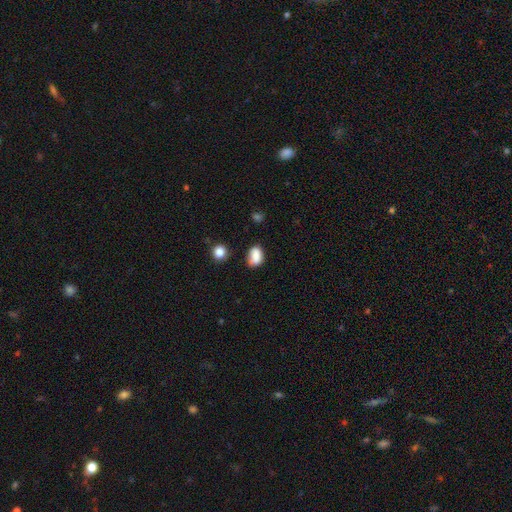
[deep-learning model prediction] Q: Smooth or featured?
A: smooth (84%); runner-up: star or artifact (10%)
Q: How rounded?
A: in between (78%); runner-up: round (20%)
Q: Merging?
A: none (62%); runner-up: minor disturbance (27%)